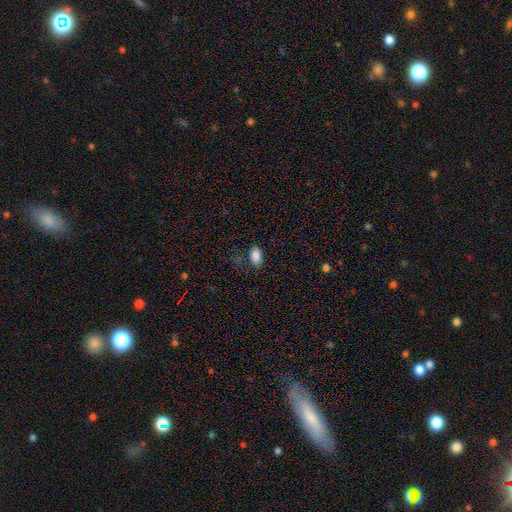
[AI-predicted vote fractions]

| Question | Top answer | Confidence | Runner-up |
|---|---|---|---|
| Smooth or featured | smooth | 86% | star or artifact (10%) |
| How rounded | in between | 91% | round (7%) |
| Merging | none | 76% | minor disturbance (17%) |